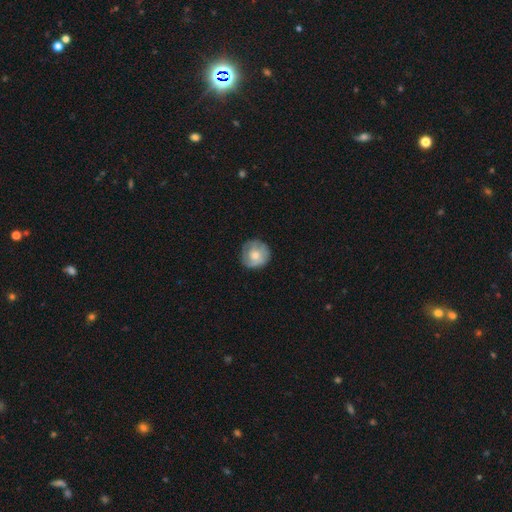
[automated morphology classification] A smooth galaxy with no disk features (56%) that is round (92%).

Vote fractions:
- Smooth or featured? smooth: 56% / featured or disk: 37% / star or artifact: 7%
- How rounded? round: 92% / in between: 7% / cigar-shaped: 1%
- Merging? none: 76% / minor disturbance: 18% / major disturbance: 5% / merger: 1%